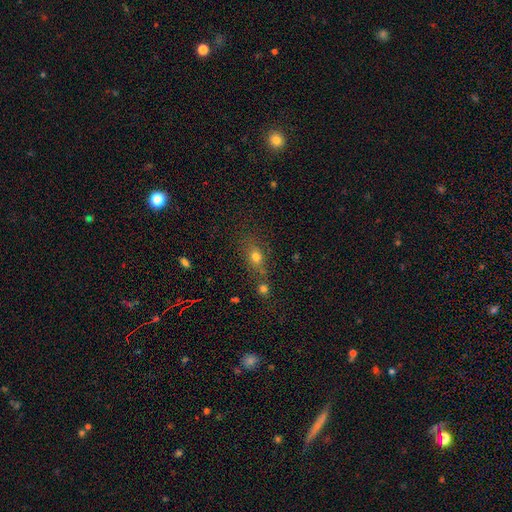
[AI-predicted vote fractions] A smooth galaxy with no disk features (66%) that is in between round and cigar-shaped (49%).

Vote fractions:
- Smooth or featured? smooth: 66% / star or artifact: 20% / featured or disk: 14%
- How rounded? in between: 49% / round: 43% / cigar-shaped: 7%
- Merging? none: 54% / merger: 26% / minor disturbance: 14% / major disturbance: 7%